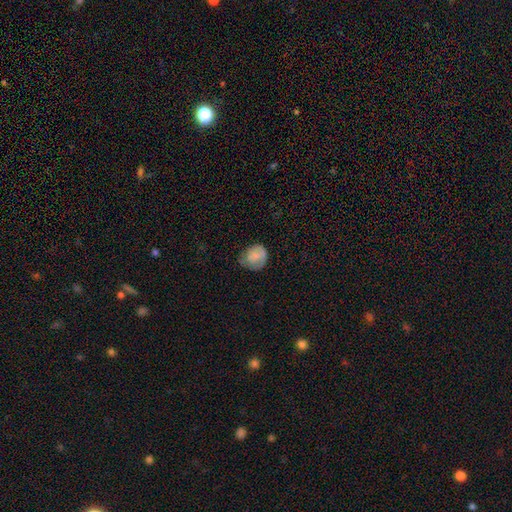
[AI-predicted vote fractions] Smooth or featured? Predicted: smooth (p=0.71). How rounded? Predicted: round (p=0.76). Merging? Predicted: none (p=0.53).